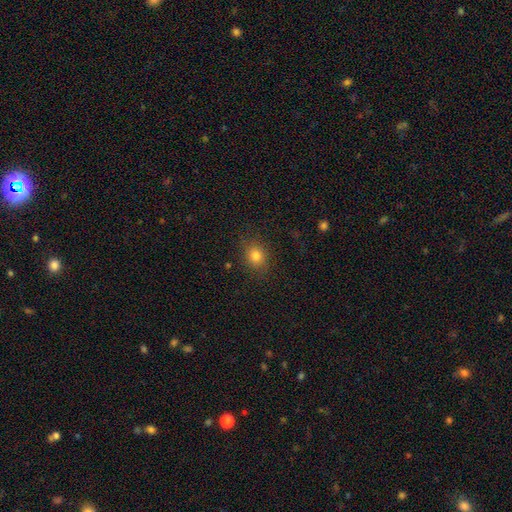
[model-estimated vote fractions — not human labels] Smooth or featured? smooth (80%)
How rounded? round (72%)
Merging? none (84%)